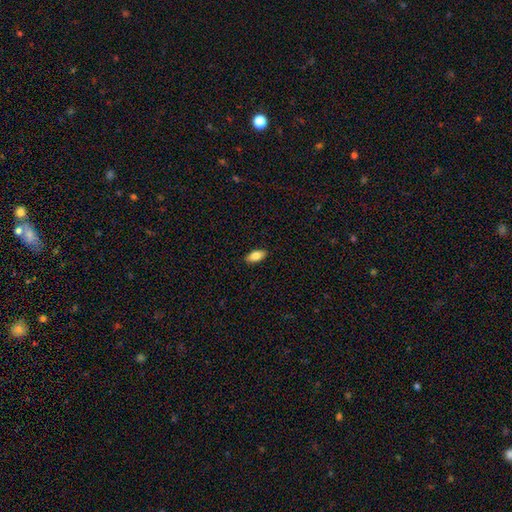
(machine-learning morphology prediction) A smooth galaxy with no disk features (83%) that is in between round and cigar-shaped (90%).

Vote fractions:
- Smooth or featured? smooth: 83% / featured or disk: 10% / star or artifact: 7%
- How rounded? in between: 90% / cigar-shaped: 7% / round: 3%
- Merging? none: 90% / minor disturbance: 8% / major disturbance: 2% / merger: 1%